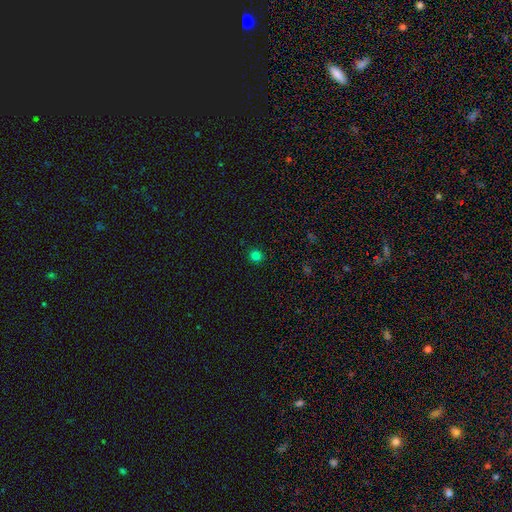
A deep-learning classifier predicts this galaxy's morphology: The model was most divided on "smooth or featured": smooth: 80%, star or artifact: 16%, featured or disk: 4%. More confident: how rounded — round (93%); merging — none (92%).